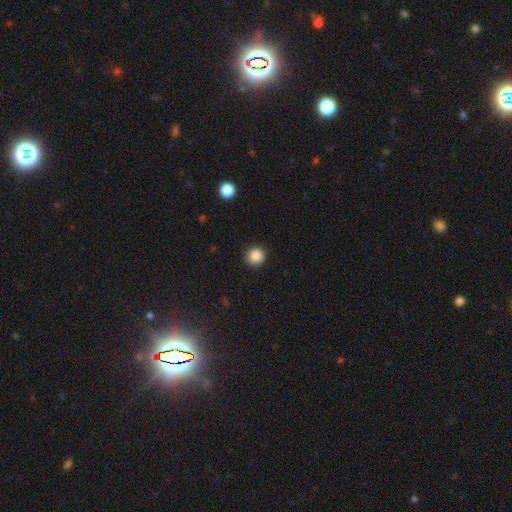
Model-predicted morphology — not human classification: type=smooth (87%); roundness=round (94%); merging=none (91%).